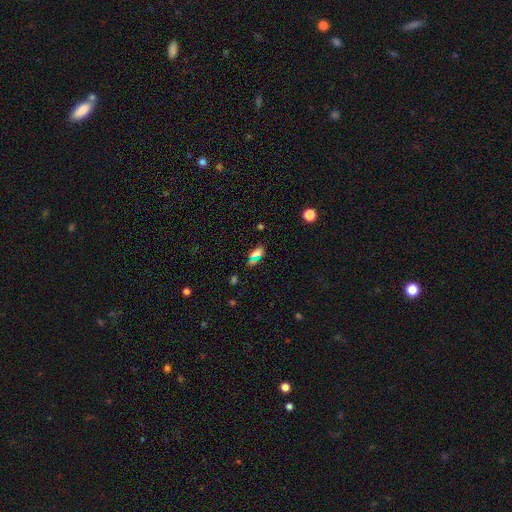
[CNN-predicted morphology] smooth 63%, star or artifact 24%, featured or disk 12%. Down the decision tree: how rounded — in between (78%); merging — none (71%).